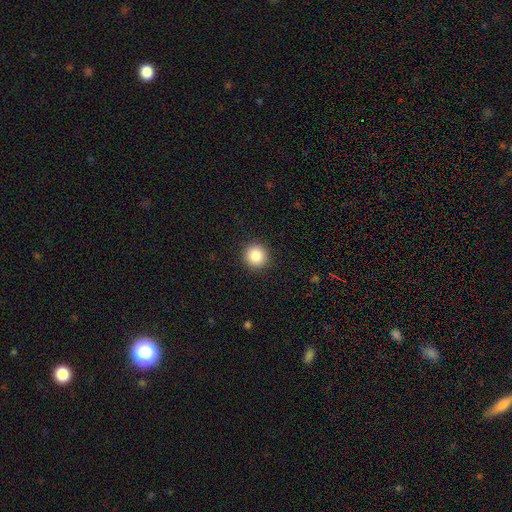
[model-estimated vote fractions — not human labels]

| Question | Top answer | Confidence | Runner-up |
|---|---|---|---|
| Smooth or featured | smooth | 87% | star or artifact (9%) |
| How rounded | round | 95% | in between (4%) |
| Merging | none | 92% | minor disturbance (5%) |